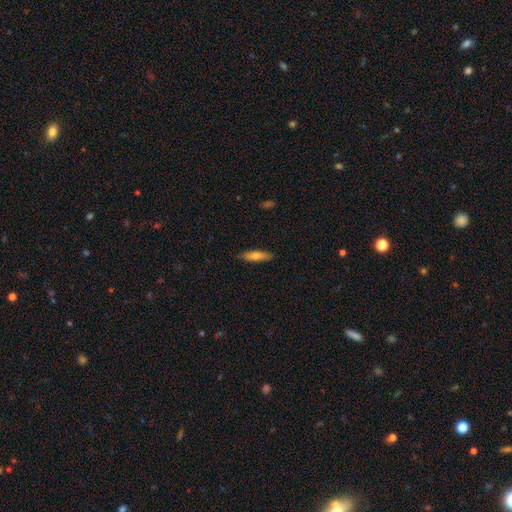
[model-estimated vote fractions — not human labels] Smooth or featured? smooth (66%)
How rounded? cigar-shaped (68%)
Merging? none (85%)